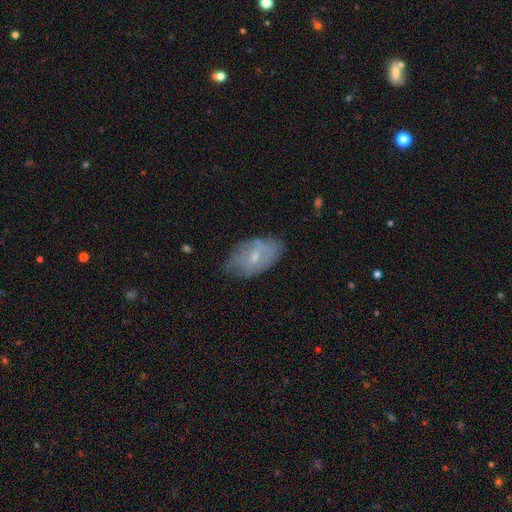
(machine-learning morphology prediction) Smooth or featured? Predicted: featured or disk (p=0.53). Edge-on disk? Predicted: no (p=0.93). Merging? Predicted: none (p=0.63).